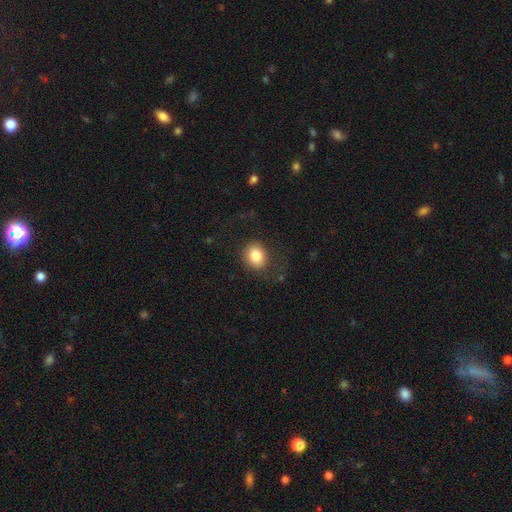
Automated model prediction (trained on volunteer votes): This is clearly a smooth galaxy (83%). How rounded: possibly round (59%). Merging: clearly none (80%).